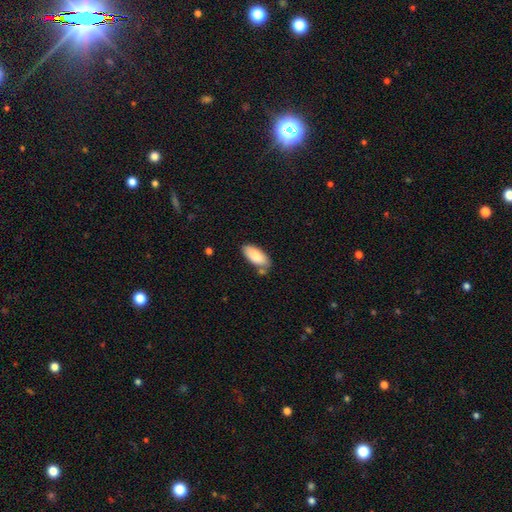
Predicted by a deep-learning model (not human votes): Q: Smooth or featured?
A: smooth (80%); runner-up: featured or disk (14%)
Q: How rounded?
A: in between (89%); runner-up: cigar-shaped (9%)
Q: Merging?
A: none (72%); runner-up: minor disturbance (17%)